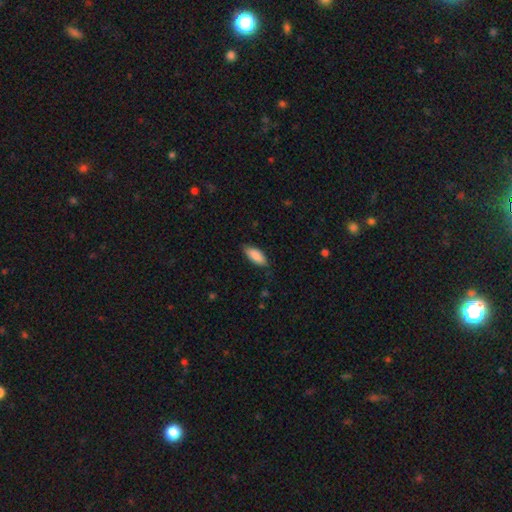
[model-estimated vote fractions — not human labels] Smooth or featured? Predicted: smooth (p=0.87). How rounded? Predicted: in between (p=0.83). Merging? Predicted: none (p=0.78).